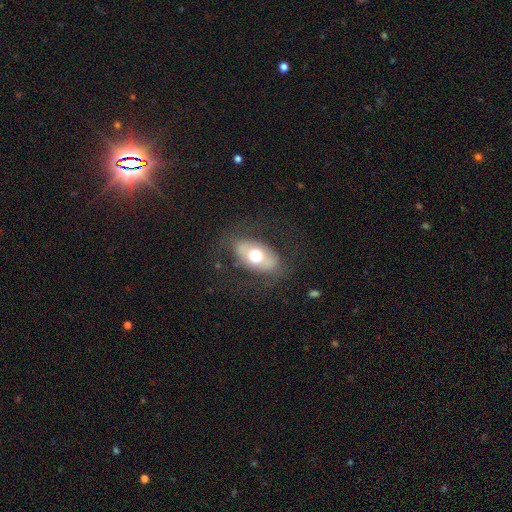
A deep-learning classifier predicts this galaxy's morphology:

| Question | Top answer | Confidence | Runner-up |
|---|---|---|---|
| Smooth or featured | smooth | 55% | featured or disk (37%) |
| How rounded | in between | 88% | round (10%) |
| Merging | none | 75% | minor disturbance (14%) |